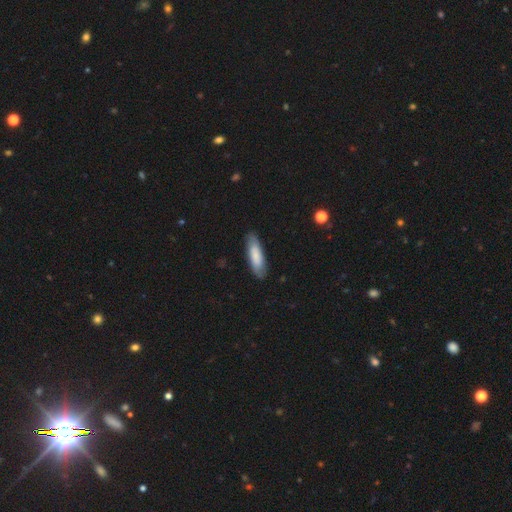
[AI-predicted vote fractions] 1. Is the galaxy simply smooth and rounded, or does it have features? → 76% smooth, 18% featured or disk, 5% star or artifact.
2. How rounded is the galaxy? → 55% cigar-shaped, 44% in between, 1% round.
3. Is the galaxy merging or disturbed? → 85% none, 12% minor disturbance, 2% major disturbance, 1% merger.